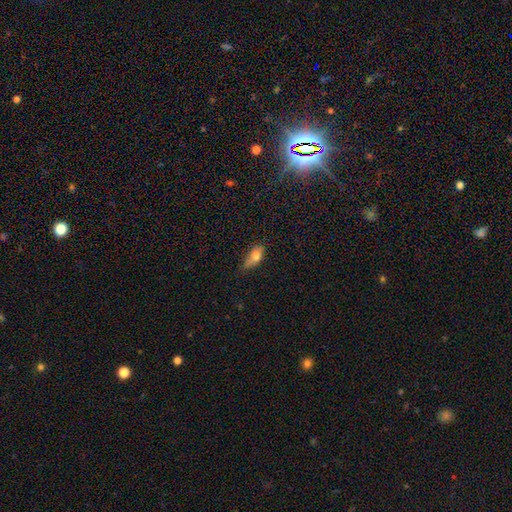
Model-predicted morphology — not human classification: type=smooth (74%); roundness=in between (80%); merging=none (40%, tied with minor disturbance).